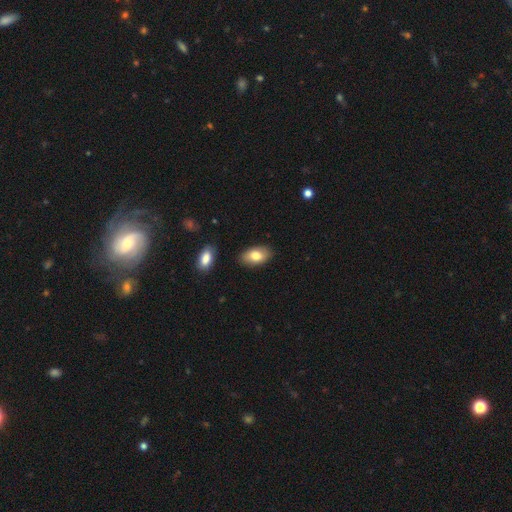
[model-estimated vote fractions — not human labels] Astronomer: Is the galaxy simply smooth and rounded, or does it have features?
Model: smooth — 80%.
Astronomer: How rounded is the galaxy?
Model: in between — 93%.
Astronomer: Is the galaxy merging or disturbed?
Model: none — 85%.